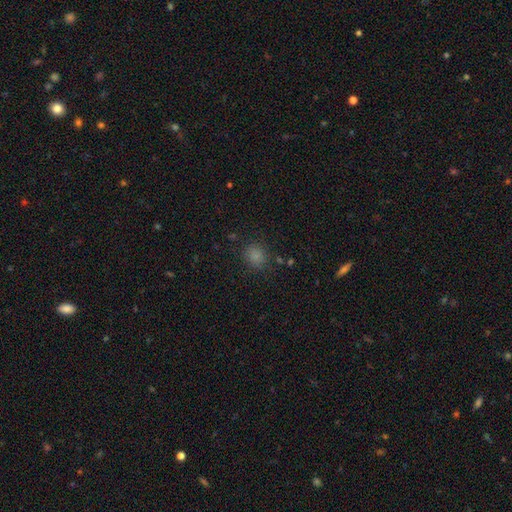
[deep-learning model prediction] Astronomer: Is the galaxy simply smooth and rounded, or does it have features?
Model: smooth — 80%.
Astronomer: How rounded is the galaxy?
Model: round — 75%.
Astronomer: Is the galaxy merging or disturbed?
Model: none — 84%.